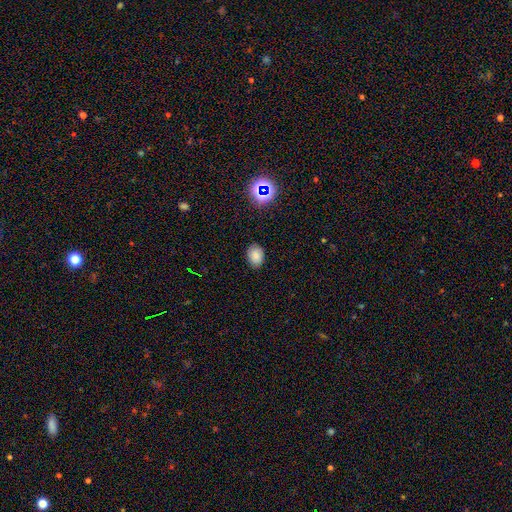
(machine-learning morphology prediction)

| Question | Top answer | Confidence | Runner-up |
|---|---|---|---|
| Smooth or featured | smooth | 77% | star or artifact (14%) |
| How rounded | in between | 73% | round (26%) |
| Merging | none | 82% | minor disturbance (14%) |